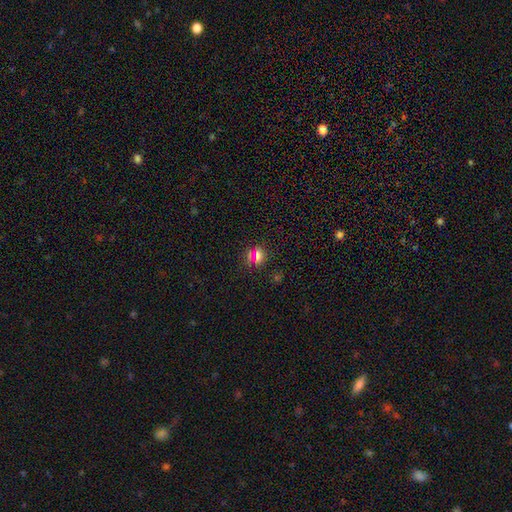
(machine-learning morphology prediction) This appears to be a smooth galaxy with no disk features (56%) that is round (77%). Merging: none (81%).